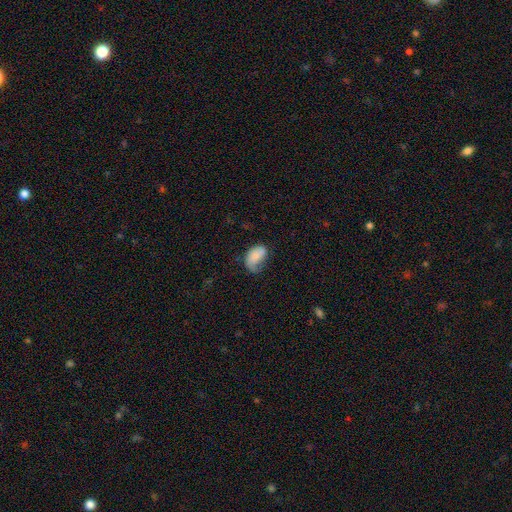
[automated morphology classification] Smooth or featured?
  - smooth: 75% *
  - featured or disk: 17%
  - star or artifact: 8%
How rounded?
  - in between: 92% *
  - round: 7%
  - cigar-shaped: 1%
Merging?
  - minor disturbance: 36% * (tied)
  - none: 36% * (tied)
  - major disturbance: 25%
  - merger: 3%